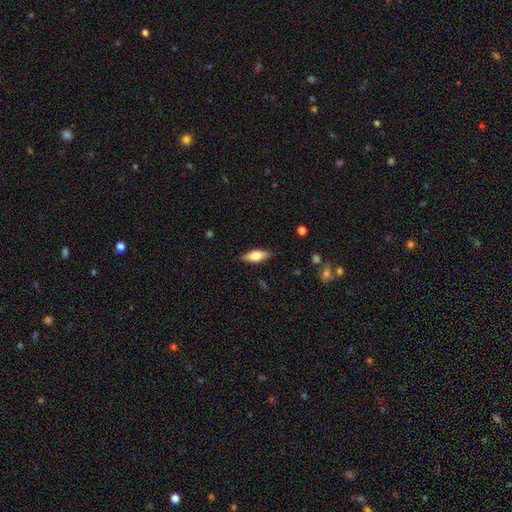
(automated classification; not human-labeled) smooth_or_featured: smooth (p=0.69) [alt: featured or disk p=0.24]
how_rounded: in between (p=0.78) [alt: cigar-shaped p=0.19]
merging: none (p=0.83) [alt: minor disturbance p=0.13]